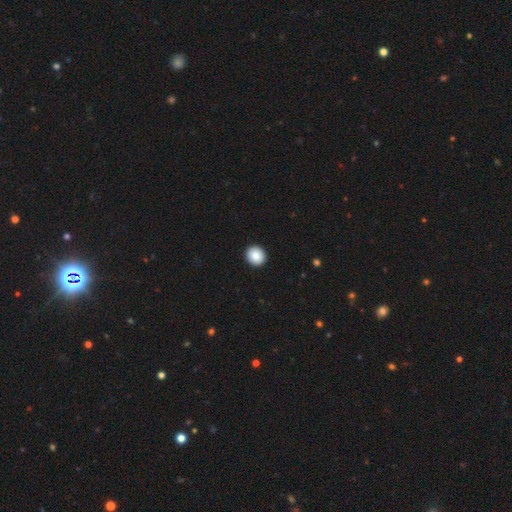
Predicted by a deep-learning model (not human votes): smooth 88%, star or artifact 8%, featured or disk 4%. Down the decision tree: how rounded — round (84%); merging — none (93%).